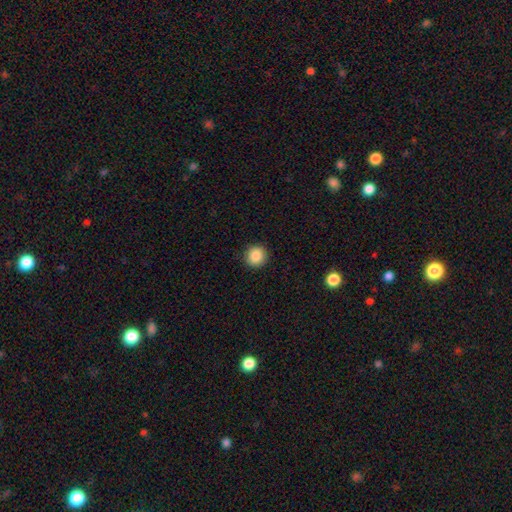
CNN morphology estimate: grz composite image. It shows a smooth galaxy with no disk features (86%) that is round (91%). Merging: none (91%).